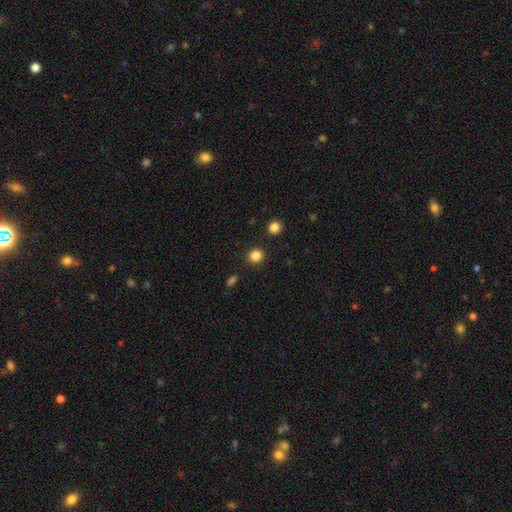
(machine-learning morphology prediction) Smooth or featured? smooth (85%)
How rounded? round (87%)
Merging? none (91%)